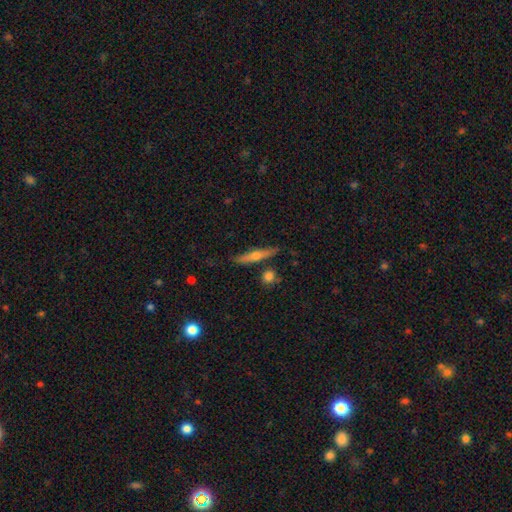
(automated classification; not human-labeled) This appears to be a featured or disk galaxy (49%). Merging: none (79%).